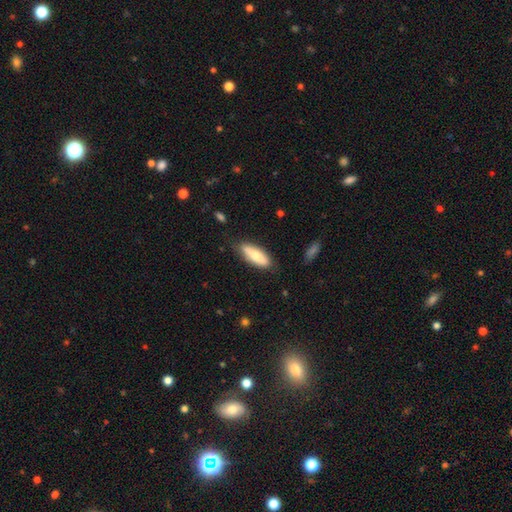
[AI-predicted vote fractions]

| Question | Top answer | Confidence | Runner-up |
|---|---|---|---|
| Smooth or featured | smooth | 67% | featured or disk (28%) |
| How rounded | in between | 69% | cigar-shaped (29%) |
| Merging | none | 79% | minor disturbance (16%) |